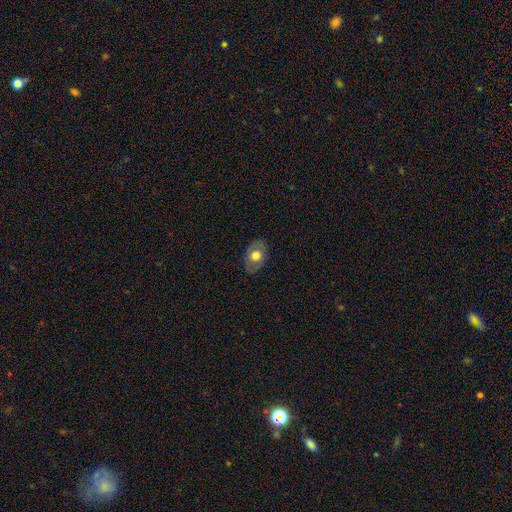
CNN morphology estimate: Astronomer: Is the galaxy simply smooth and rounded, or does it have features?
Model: smooth — 60%.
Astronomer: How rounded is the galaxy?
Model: in between — 80%.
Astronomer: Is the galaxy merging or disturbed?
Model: none — 82%.